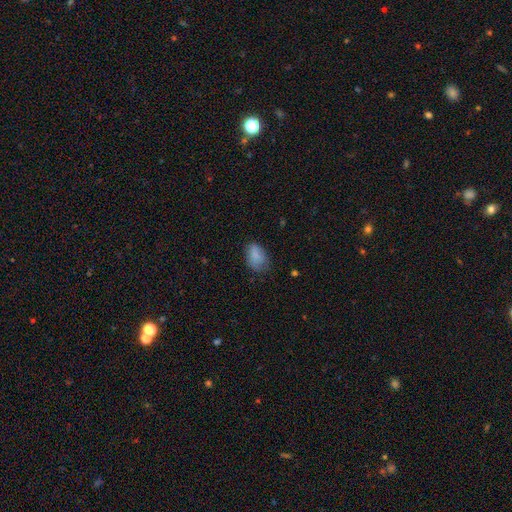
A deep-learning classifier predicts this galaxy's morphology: type=smooth (81%); roundness=in between (87%); merging=none (57%).